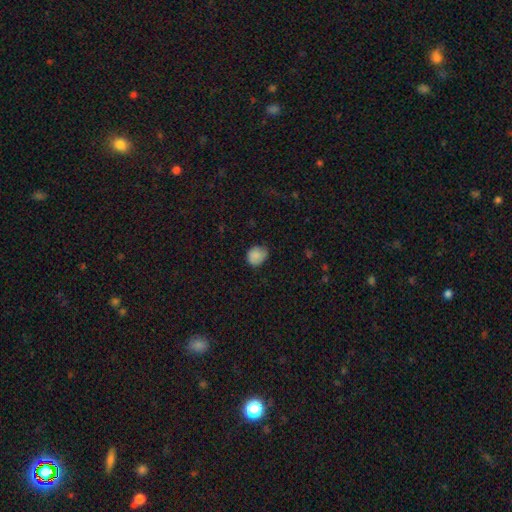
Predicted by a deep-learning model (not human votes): This is clearly a smooth galaxy (84%). How rounded: likely round (69%). Merging: likely none (63%).